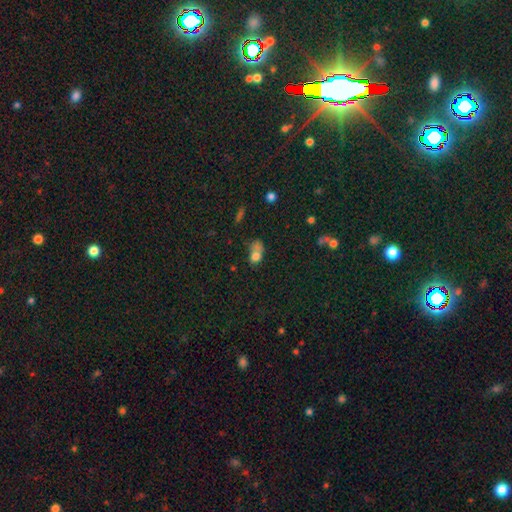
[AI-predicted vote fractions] Smooth or featured? smooth (71%)
How rounded? in between (62%)
Merging? merger (39%)